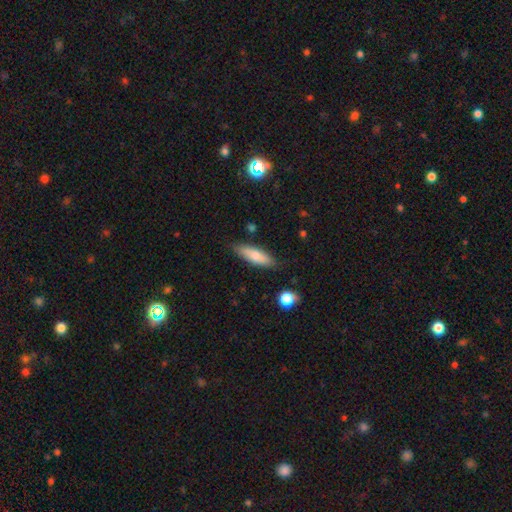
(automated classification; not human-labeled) This is likely a smooth galaxy (75%). How rounded: possibly cigar-shaped (54%). Merging: clearly none (81%).